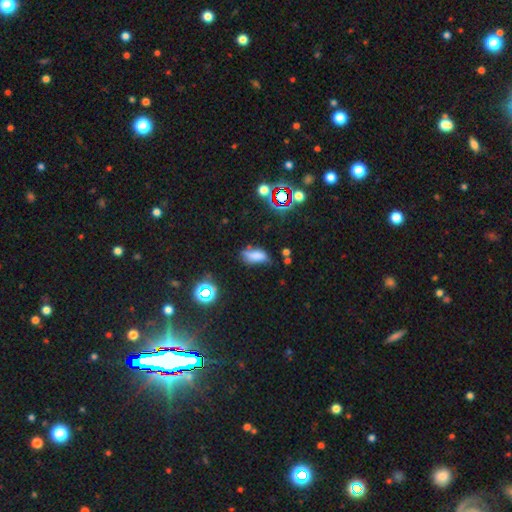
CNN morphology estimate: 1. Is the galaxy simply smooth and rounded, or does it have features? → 69% smooth, 16% star or artifact, 15% featured or disk.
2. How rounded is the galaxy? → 81% in between, 15% cigar-shaped, 4% round.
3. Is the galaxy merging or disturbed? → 53% none, 31% minor disturbance, 11% major disturbance, 5% merger.